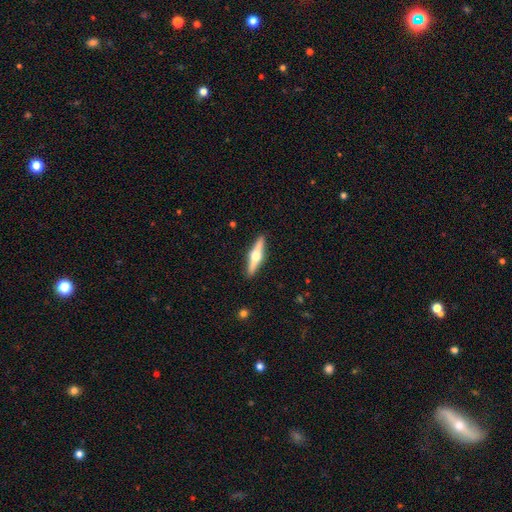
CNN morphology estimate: Q: Smooth or featured?
A: featured or disk (69%); runner-up: smooth (26%)
Q: Edge-on disk?
A: yes (97%); runner-up: no (3%)
Q: Edge-on bulge?
A: rounded (96%); runner-up: boxy (2%)
Q: Merging?
A: none (91%); runner-up: minor disturbance (6%)